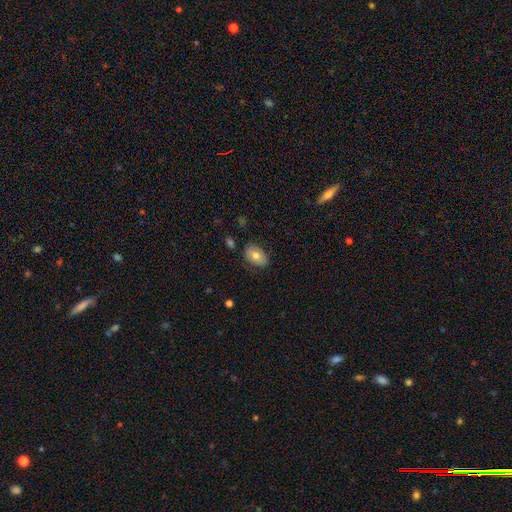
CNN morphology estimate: Smooth or featured? Predicted: smooth (p=0.74). How rounded? Predicted: in between (p=0.86). Merging? Predicted: none (p=0.81).